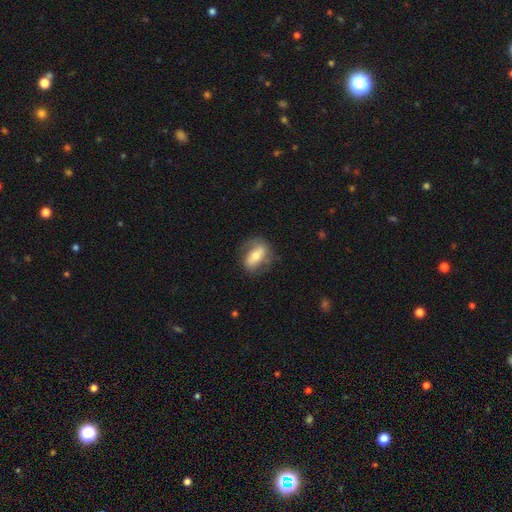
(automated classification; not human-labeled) Q: Smooth or featured?
A: featured or disk (46%); tied with: smooth (46%)
Q: Merging?
A: none (69%); runner-up: minor disturbance (20%)